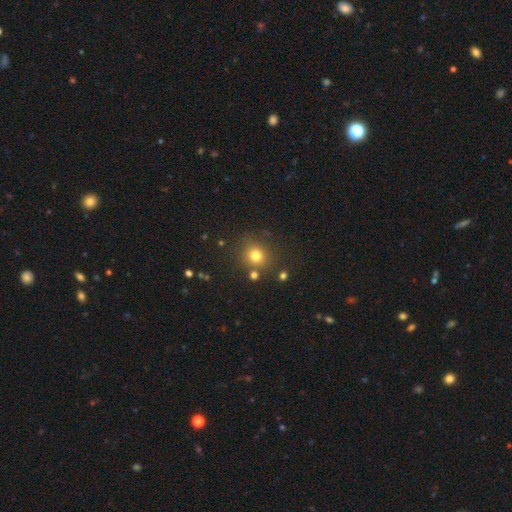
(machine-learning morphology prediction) Overall: smooth (76%). How rounded: round (88%). Merging: none (81%).